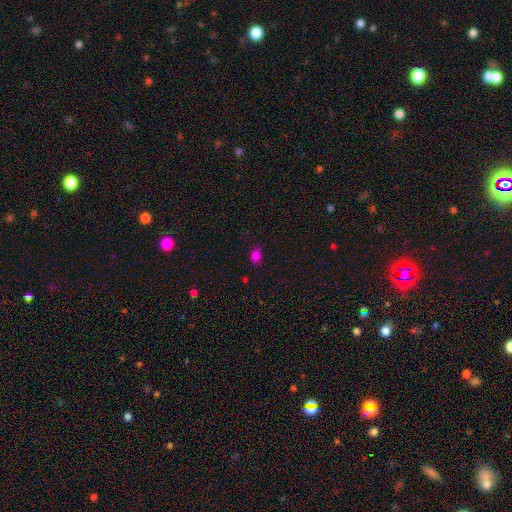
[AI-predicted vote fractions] Morphology: type=smooth (81%); roundness=in between (73%); merging=none (86%).